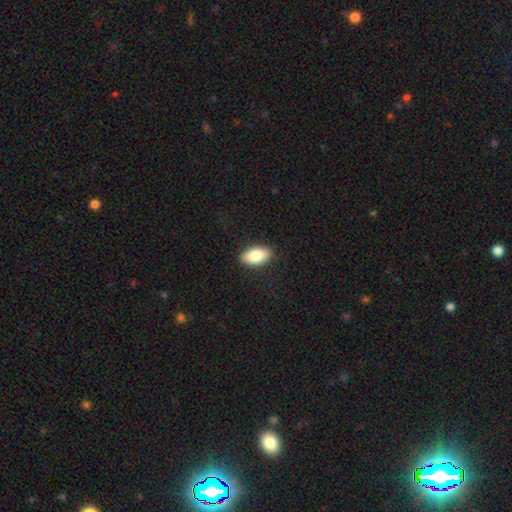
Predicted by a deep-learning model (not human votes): Smooth or featured: smooth — 84% (featured or disk — 10%)
How rounded: in between — 92% (cigar-shaped — 4%)
Merging: none — 89% (minor disturbance — 8%)